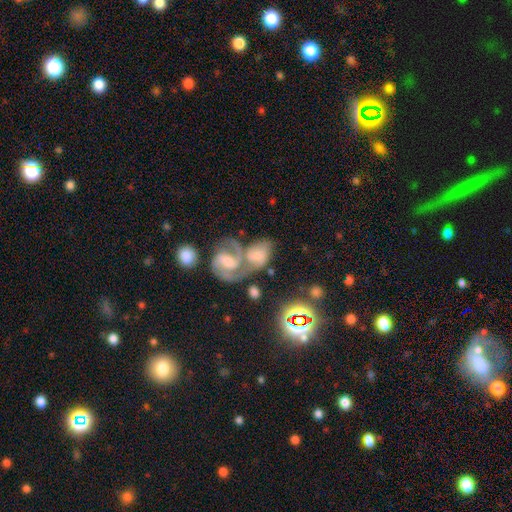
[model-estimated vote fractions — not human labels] featured or disk 65%, smooth 19%, star or artifact 16%. Down the decision tree: edge-on disk — no (97%); bar — no (43%); spiral arms — yes (88%); spiral arm count — 2 (68%); spiral winding — medium (50%); bulge size — moderate (45%); merging — merger (58%).